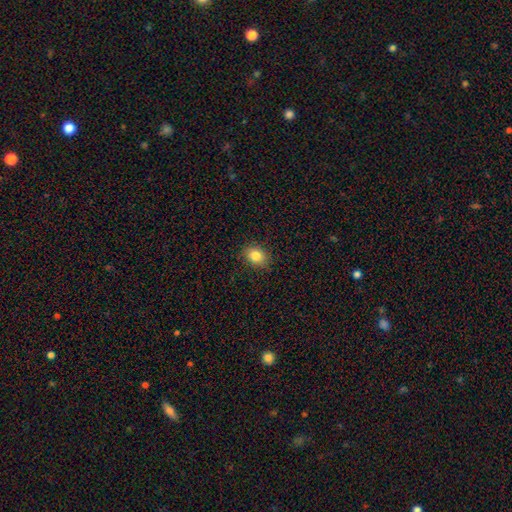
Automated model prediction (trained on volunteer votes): Smooth or featured? smooth (83%)
How rounded? in between (58%)
Merging? none (88%)